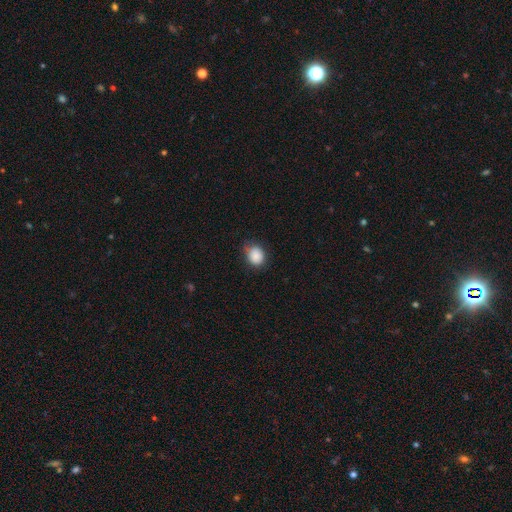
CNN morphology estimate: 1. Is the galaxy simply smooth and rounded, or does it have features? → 87% smooth, 8% star or artifact, 4% featured or disk.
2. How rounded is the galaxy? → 57% round, 42% in between, 1% cigar-shaped.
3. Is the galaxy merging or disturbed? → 68% none, 25% minor disturbance, 5% major disturbance, 1% merger.